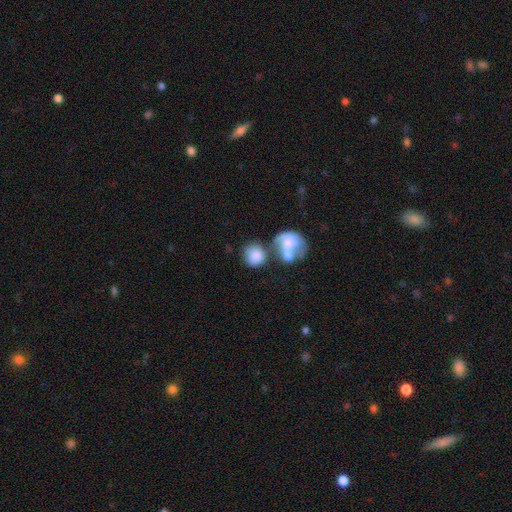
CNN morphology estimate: Smooth or featured: smooth — 77% (featured or disk — 15%)
How rounded: round — 76% (in between — 23%)
Merging: merger — 44% (none — 33%)